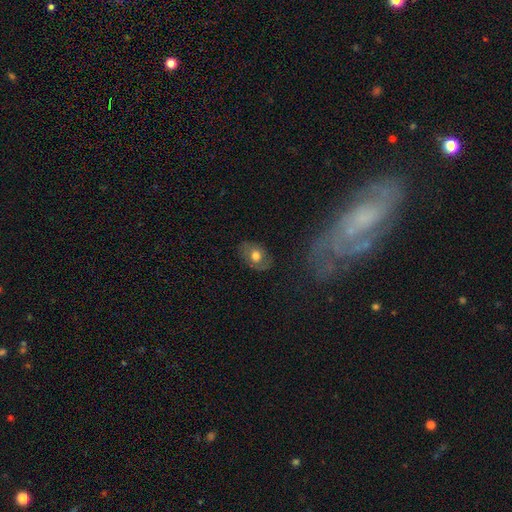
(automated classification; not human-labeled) Morphology: type=smooth (60%); roundness=in between (73%); merging=none (76%).